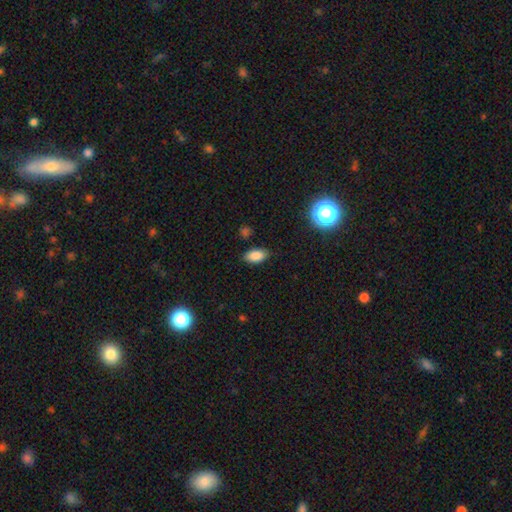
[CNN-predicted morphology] Overall: smooth (85%). How rounded: in between (91%). Merging: none (84%).